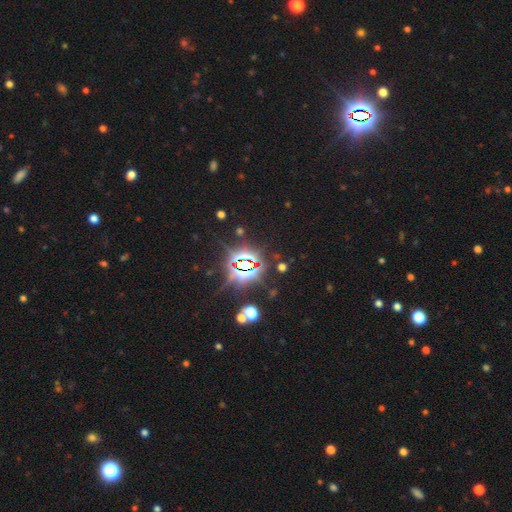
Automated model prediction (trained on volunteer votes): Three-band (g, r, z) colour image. It shows a star or artifact, not a galaxy (85%).